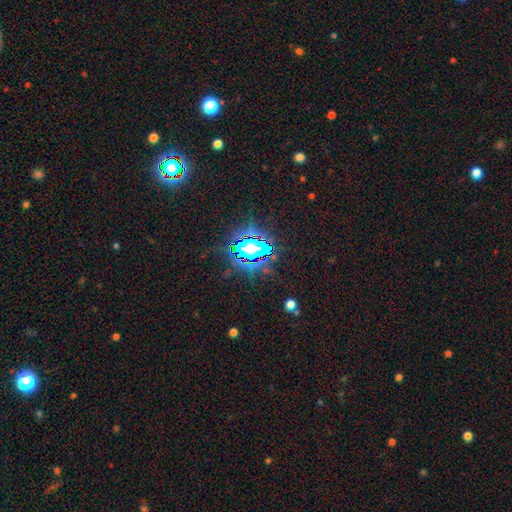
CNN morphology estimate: Smooth or featured? star or artifact (82%)